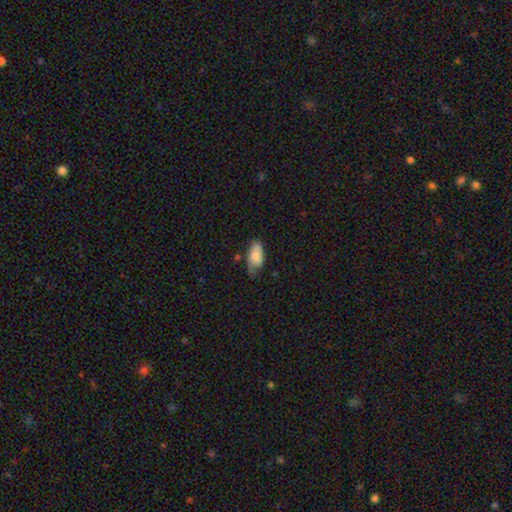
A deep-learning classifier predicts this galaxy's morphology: type=smooth (74%); roundness=in between (92%); merging=none (49%).